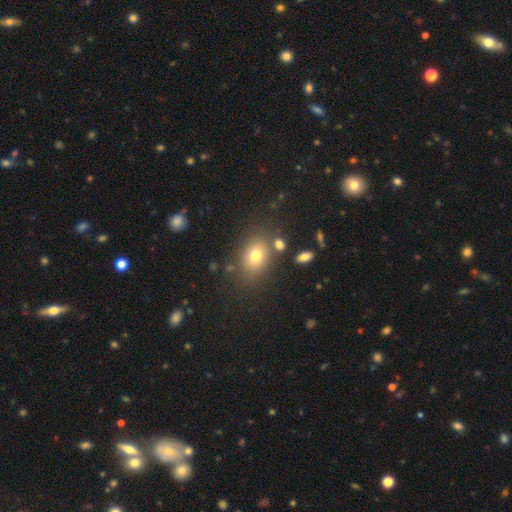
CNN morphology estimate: Smooth or featured? Predicted: smooth (p=0.75). How rounded? Predicted: in between (p=0.68). Merging? Predicted: none (p=0.78).